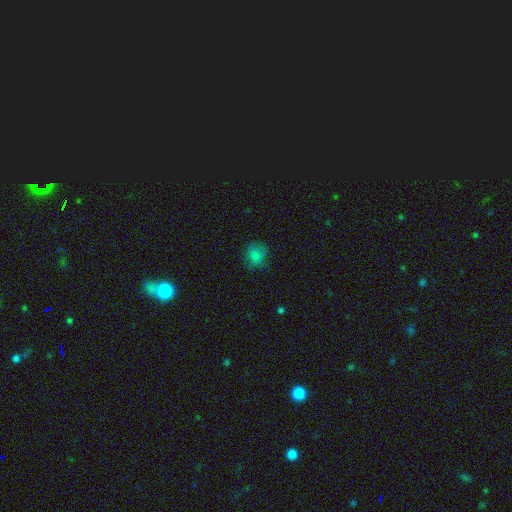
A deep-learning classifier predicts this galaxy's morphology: Smooth or featured?
  - smooth: 80% *
  - star or artifact: 12%
  - featured or disk: 7%
How rounded?
  - round: 74% *
  - in between: 25%
  - cigar-shaped: 1%
Merging?
  - none: 73% *
  - minor disturbance: 19%
  - major disturbance: 7%
  - merger: 1%